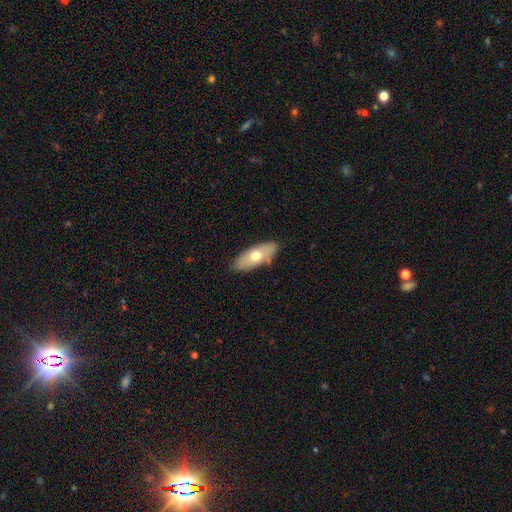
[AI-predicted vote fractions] Smooth or featured: smooth — 63% (featured or disk — 31%)
How rounded: in between — 79% (cigar-shaped — 19%)
Merging: none — 81% (minor disturbance — 13%)